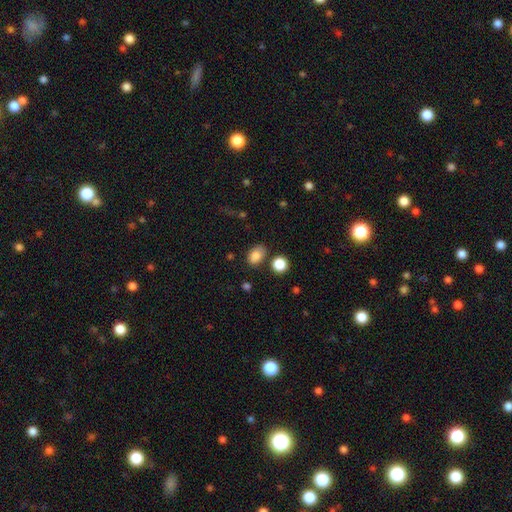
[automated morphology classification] smooth_or_featured: smooth (p=0.83) [alt: star or artifact p=0.10]
how_rounded: in between (p=0.78) [alt: round p=0.21]
merging: none (p=0.74) [alt: minor disturbance p=0.15]